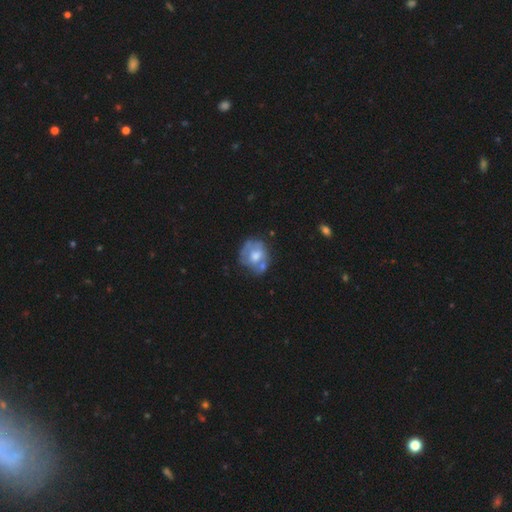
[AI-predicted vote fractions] Smooth or featured? Predicted: featured or disk (p=0.51). Edge-on disk? Predicted: no (p=0.97). Merging? Predicted: none (p=0.45).